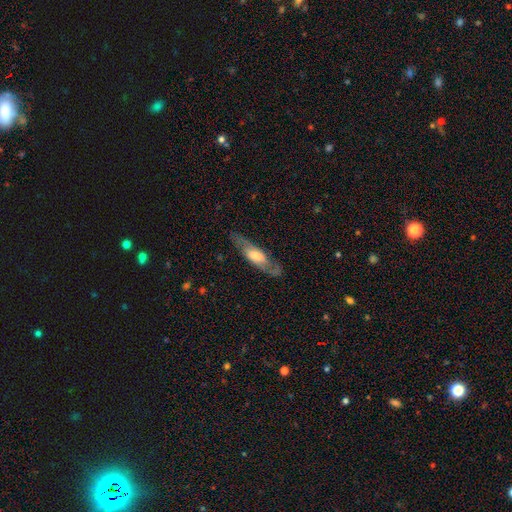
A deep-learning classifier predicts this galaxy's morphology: Smooth or featured? Predicted: featured or disk (p=0.59). Edge-on disk? Predicted: no (p=0.59). Merging? Predicted: none (p=0.77).